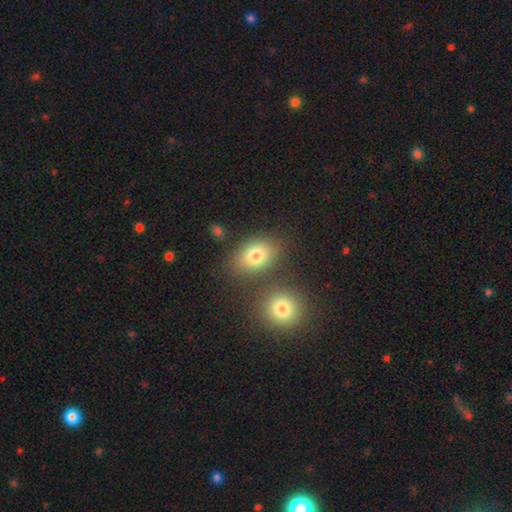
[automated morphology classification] Q: Smooth or featured?
A: smooth (79%); runner-up: star or artifact (10%)
Q: How rounded?
A: in between (71%); runner-up: round (28%)
Q: Merging?
A: none (71%); runner-up: merger (14%)